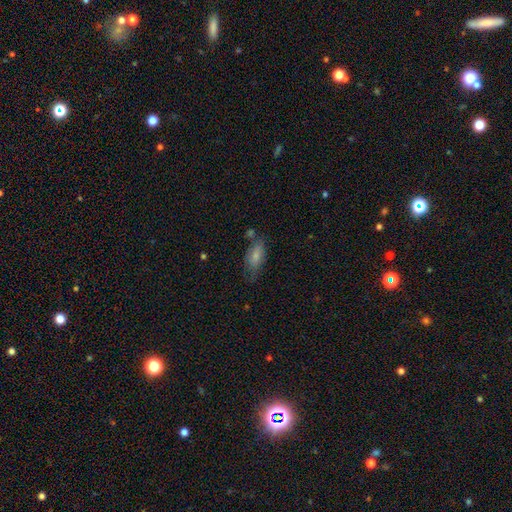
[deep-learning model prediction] The model was most divided on "merging": none: 52%, minor disturbance: 28%, major disturbance: 11%, merger: 8%. More confident: how rounded — in between (82%); smooth or featured — smooth (72%).